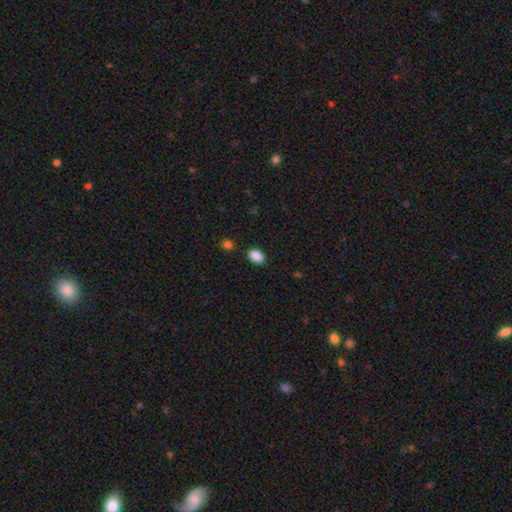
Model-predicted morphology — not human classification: smooth-or-featured: smooth: 88% | star or artifact: 8% | featured or disk: 3%
  how-rounded: in between: 79% | round: 20% | cigar-shaped: 1%
  merging: none: 87% | minor disturbance: 9% | major disturbance: 2% | merger: 2%